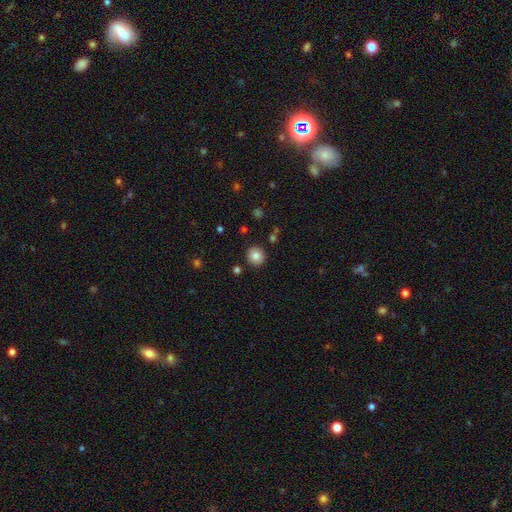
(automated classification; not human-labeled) Smooth or featured? Predicted: smooth (p=0.84). How rounded? Predicted: round (p=0.93). Merging? Predicted: none (p=0.90).